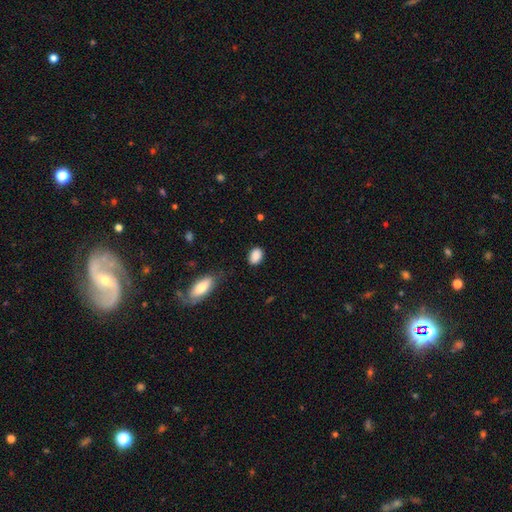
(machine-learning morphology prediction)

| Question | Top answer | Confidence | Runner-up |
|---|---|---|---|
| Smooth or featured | smooth | 88% | star or artifact (8%) |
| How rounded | in between | 76% | round (22%) |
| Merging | none | 81% | minor disturbance (14%) |